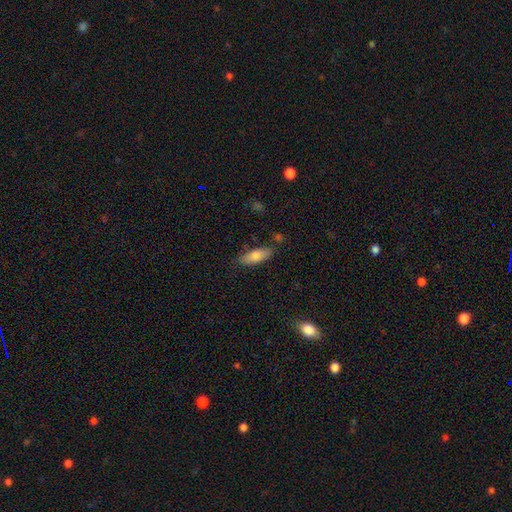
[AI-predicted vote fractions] Q: Smooth or featured?
A: smooth (74%); runner-up: featured or disk (19%)
Q: How rounded?
A: in between (64%); runner-up: cigar-shaped (34%)
Q: Merging?
A: none (80%); runner-up: minor disturbance (14%)